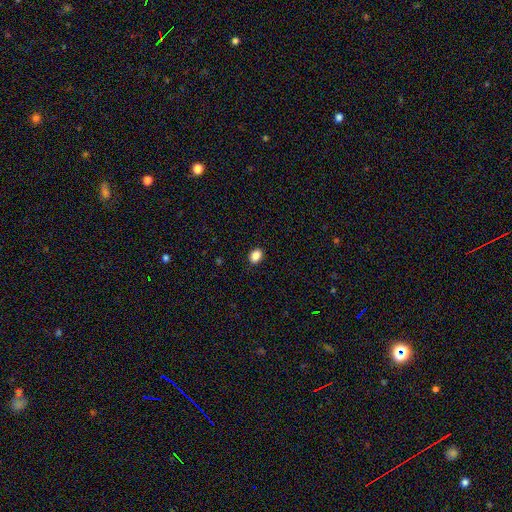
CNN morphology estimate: Smooth or featured? smooth (88%)
How rounded? in between (72%)
Merging? none (90%)